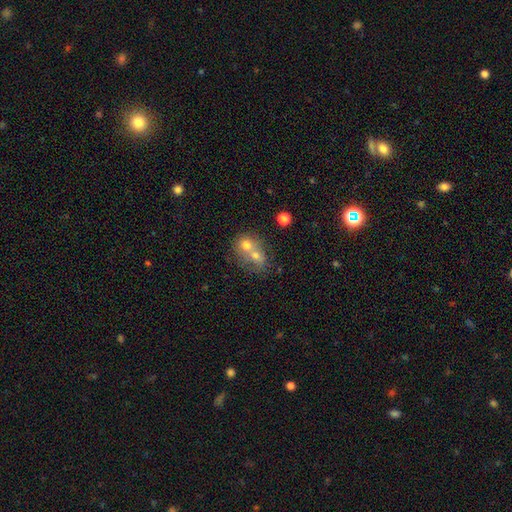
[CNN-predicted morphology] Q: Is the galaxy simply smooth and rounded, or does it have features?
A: smooth — 64%.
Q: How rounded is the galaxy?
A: round — 56%.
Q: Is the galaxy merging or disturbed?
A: merger — 71%.